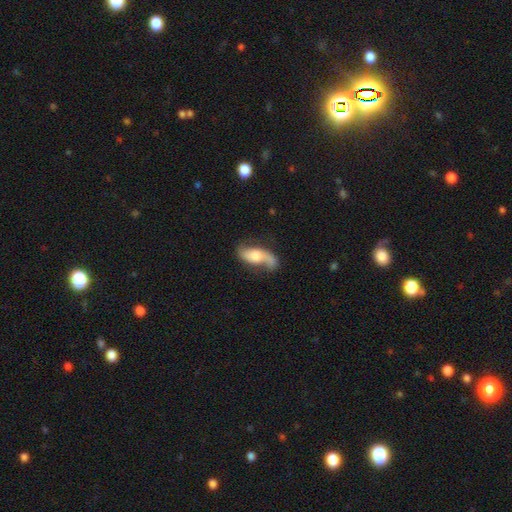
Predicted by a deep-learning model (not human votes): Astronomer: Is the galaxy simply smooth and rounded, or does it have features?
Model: featured or disk — 58% (runner-up: smooth, 35%).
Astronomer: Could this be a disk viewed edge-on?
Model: no — 86%.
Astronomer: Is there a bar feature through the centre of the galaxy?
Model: no — 64%.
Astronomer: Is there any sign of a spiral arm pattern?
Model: yes — 84%.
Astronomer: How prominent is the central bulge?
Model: moderate — 58%.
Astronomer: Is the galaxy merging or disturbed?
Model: none — 52%.